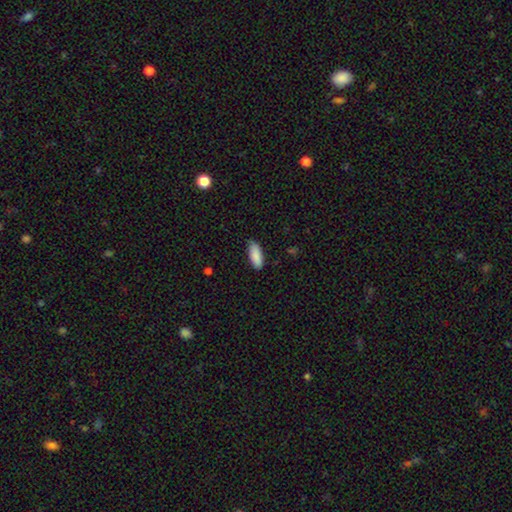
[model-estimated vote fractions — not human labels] Overall: smooth (90%). How rounded: in between (78%). Merging: none (78%).